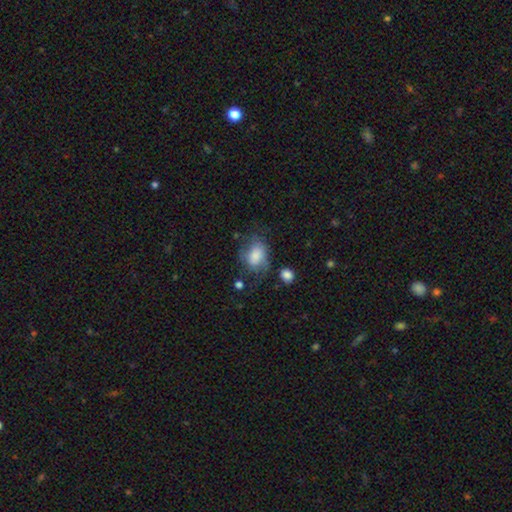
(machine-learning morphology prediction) Smooth or featured: smooth — 72% (featured or disk — 20%)
How rounded: in between — 71% (round — 28%)
Merging: none — 44% (minor disturbance — 28%)